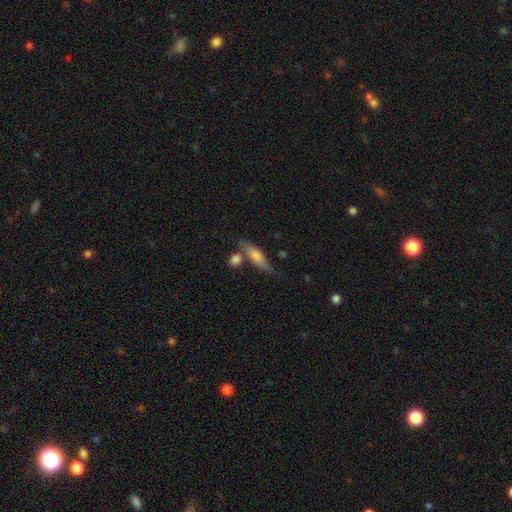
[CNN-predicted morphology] This is possibly a smooth galaxy (59%). How rounded: likely cigar-shaped (63%). Merging: likely none (60%).